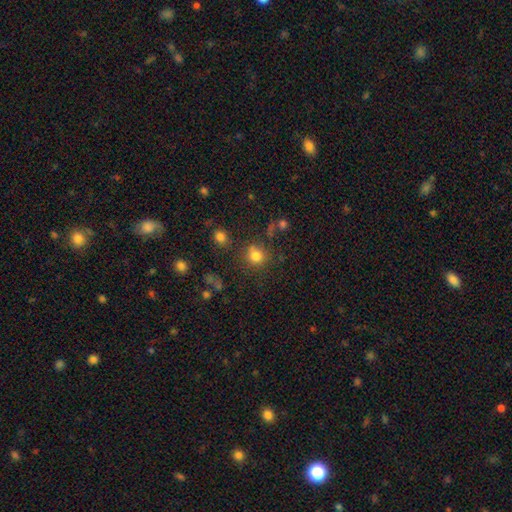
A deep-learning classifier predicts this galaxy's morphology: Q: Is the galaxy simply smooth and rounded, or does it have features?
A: smooth — 79%.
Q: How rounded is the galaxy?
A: round — 90%.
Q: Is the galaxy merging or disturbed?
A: none — 74%.